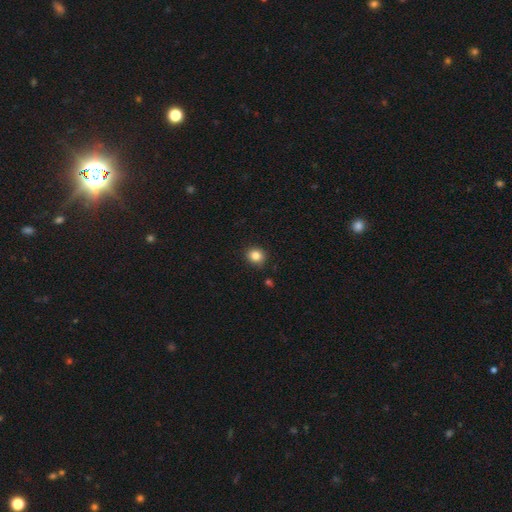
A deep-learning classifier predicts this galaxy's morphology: A smooth galaxy with no disk features (84%) that is round (83%). Merging: none (89%).